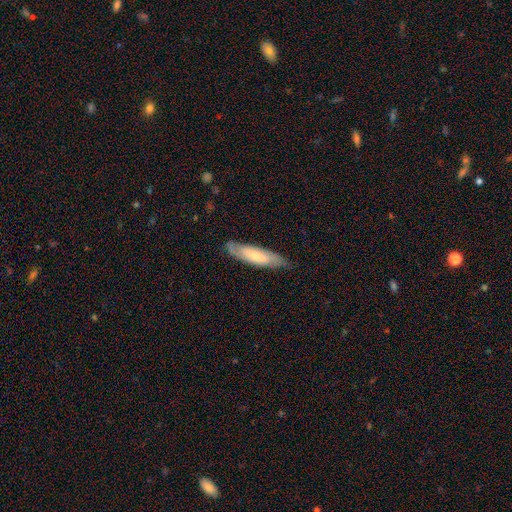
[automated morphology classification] Smooth or featured? smooth (54%)
How rounded? cigar-shaped (66%)
Merging? none (78%)